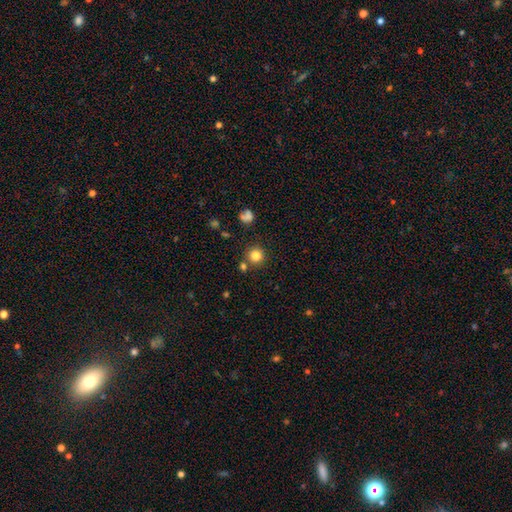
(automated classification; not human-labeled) Smooth or featured? smooth (81%)
How rounded? round (94%)
Merging? none (82%)